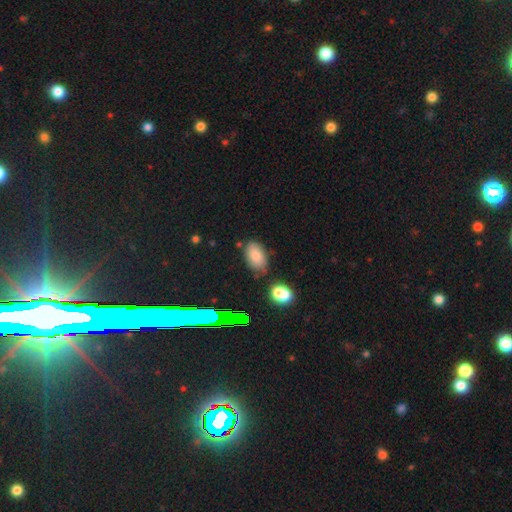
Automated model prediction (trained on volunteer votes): A smooth galaxy with no disk features (80%) that is in between round and cigar-shaped (92%).

Vote fractions:
- Smooth or featured? smooth: 80% / star or artifact: 11% / featured or disk: 9%
- How rounded? in between: 92% / round: 7% / cigar-shaped: 2%
- Merging? none: 71% / minor disturbance: 18% / merger: 6% / major disturbance: 4%